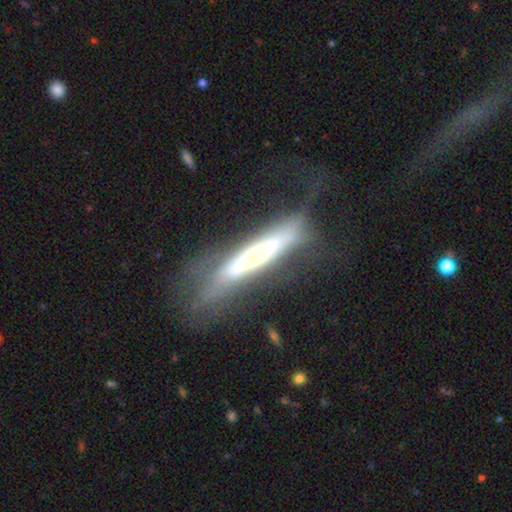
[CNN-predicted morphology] Q: Smooth or featured?
A: featured or disk (60%); runner-up: smooth (34%)
Q: Edge-on disk?
A: yes (73%); runner-up: no (27%)
Q: Merging?
A: none (50%); runner-up: major disturbance (26%)